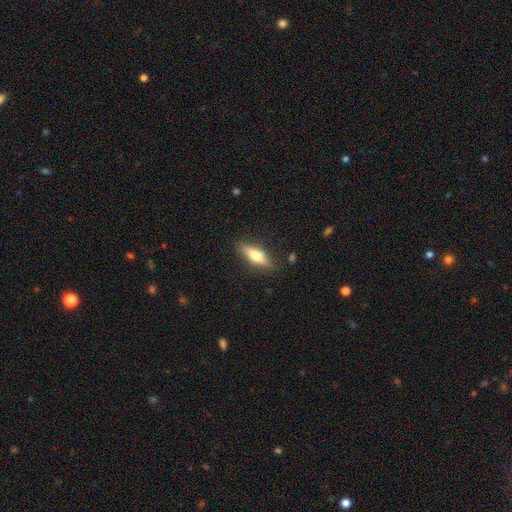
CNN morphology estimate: This appears to be a smooth galaxy with no disk features (65%) that is in between round and cigar-shaped (55%). Merging: none (83%).